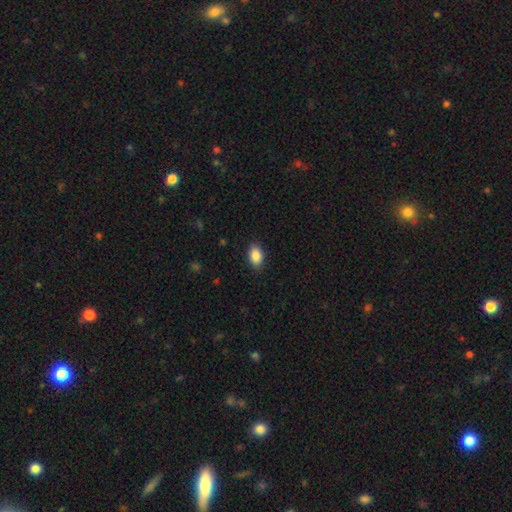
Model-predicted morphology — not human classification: smooth-or-featured: smooth: 89% | star or artifact: 8% | featured or disk: 4%
  how-rounded: in between: 88% | round: 11% | cigar-shaped: 2%
  merging: none: 87% | minor disturbance: 10% | major disturbance: 2% | merger: 1%